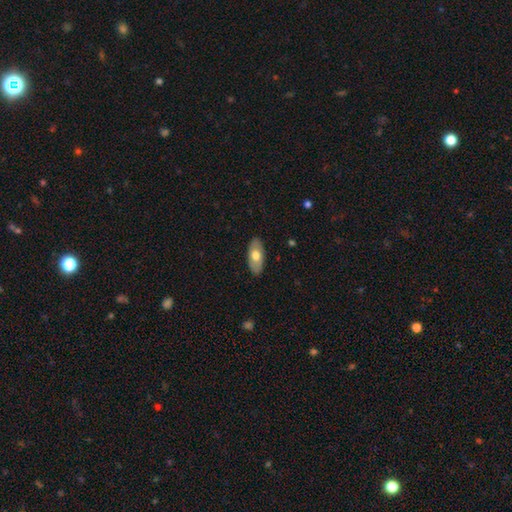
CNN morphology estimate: smooth-or-featured: smooth: 65% | featured or disk: 30% | star or artifact: 5%
  how-rounded: in between: 91% | cigar-shaped: 6% | round: 3%
  merging: none: 87% | minor disturbance: 10% | major disturbance: 2% | merger: 1%